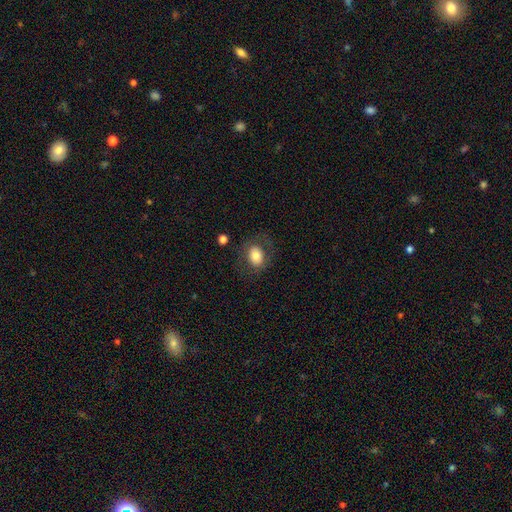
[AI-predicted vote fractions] smooth 74%, featured or disk 18%, star or artifact 8%. Down the decision tree: how rounded — in between (61%); merging — none (75%).